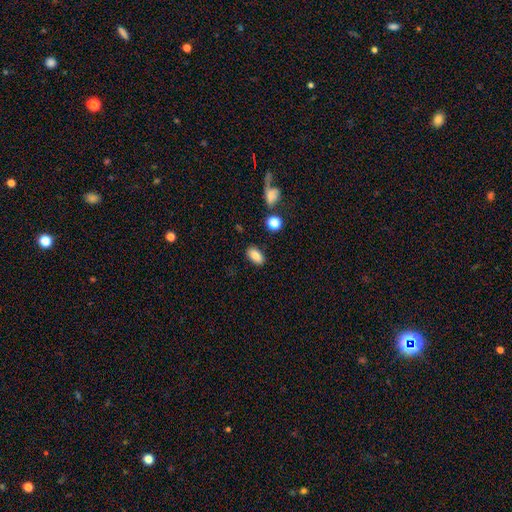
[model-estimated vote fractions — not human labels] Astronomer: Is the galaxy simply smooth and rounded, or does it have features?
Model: smooth — 82%.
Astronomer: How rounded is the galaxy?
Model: in between — 90%.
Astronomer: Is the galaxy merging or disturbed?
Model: none — 86%.